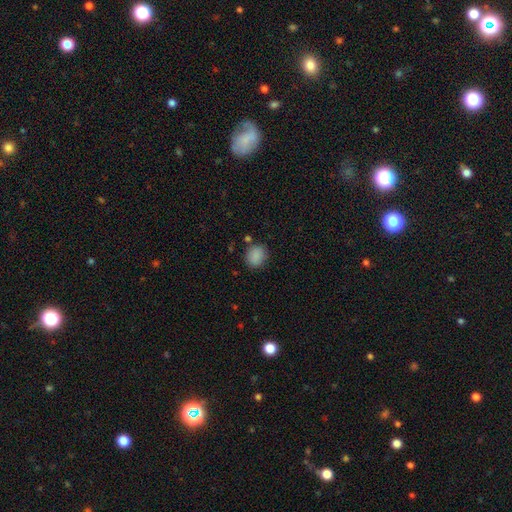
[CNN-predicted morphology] Smooth or featured? smooth (87%)
How rounded? round (64%)
Merging? none (81%)